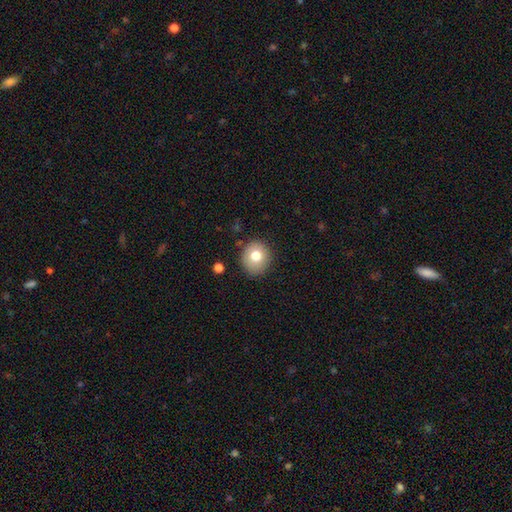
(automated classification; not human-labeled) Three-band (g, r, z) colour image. It shows a smooth galaxy with no disk features (76%) that is round (79%). Merging: none (85%).